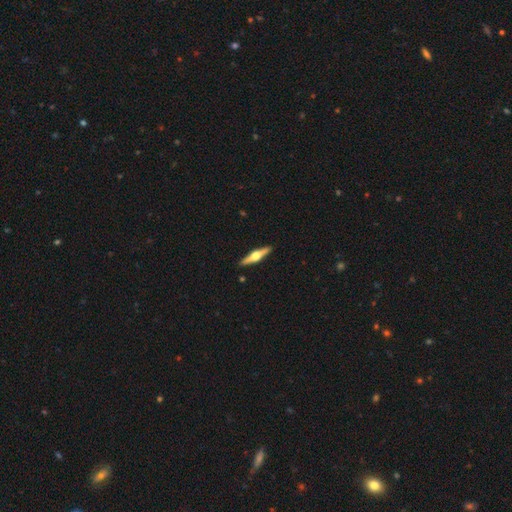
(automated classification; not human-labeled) Smooth or featured: featured or disk — 73% (smooth — 22%)
Edge-on disk: yes — 97% (no — 3%)
Edge-on bulge: rounded — 95% (boxy — 3%)
Merging: none — 91% (minor disturbance — 6%)